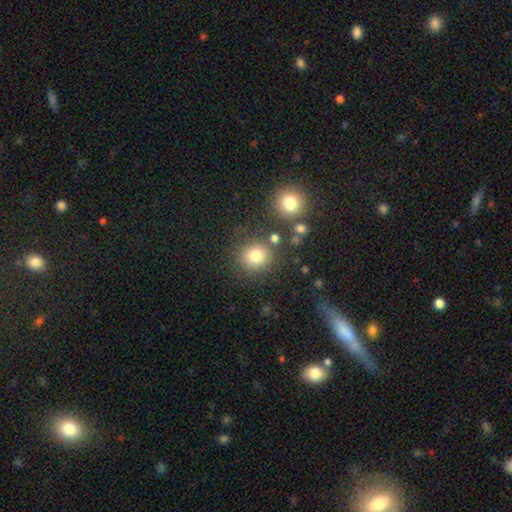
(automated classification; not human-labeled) smooth_or_featured: smooth (p=0.80) [alt: star or artifact p=0.13]
how_rounded: round (p=0.85) [alt: in between p=0.14]
merging: none (p=0.79) [alt: minor disturbance p=0.10]